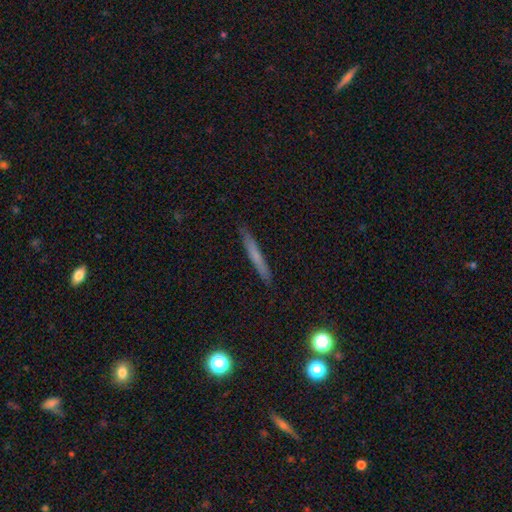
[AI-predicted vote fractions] A smooth galaxy with no disk features (59%) that is cigar-shaped (96%).

Vote fractions:
- Smooth or featured? smooth: 59% / featured or disk: 32% / star or artifact: 8%
- How rounded? cigar-shaped: 96% / in between: 3% / round: 2%
- Merging? none: 90% / minor disturbance: 7% / major disturbance: 2% / merger: 1%